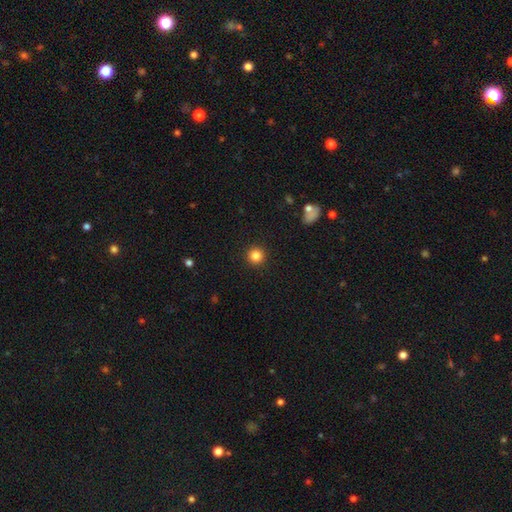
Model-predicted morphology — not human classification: Smooth or featured?
  - smooth: 84% *
  - star or artifact: 11%
  - featured or disk: 4%
How rounded?
  - round: 95% *
  - in between: 4%
  - cigar-shaped: 1%
Merging?
  - none: 93% *
  - minor disturbance: 4%
  - major disturbance: 2%
  - merger: 1%